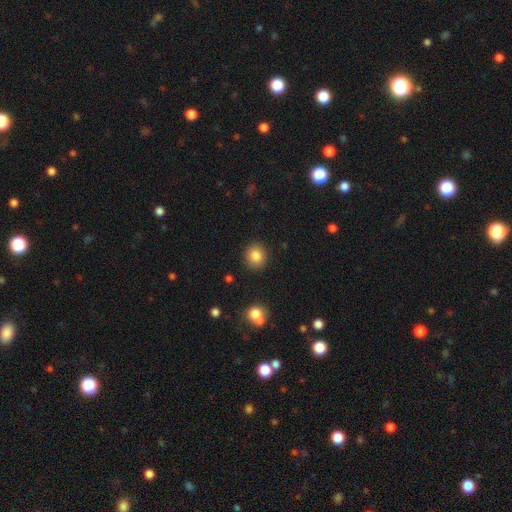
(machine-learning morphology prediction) The model was most divided on "how rounded": round: 86%, in between: 13%, cigar-shaped: 1%. More confident: merging — none (89%); smooth or featured — smooth (84%).